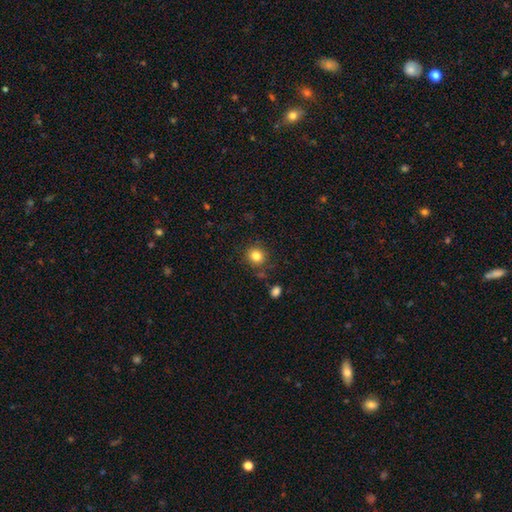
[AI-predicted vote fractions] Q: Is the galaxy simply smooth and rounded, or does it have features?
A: smooth — 83%.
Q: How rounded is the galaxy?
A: round — 88%.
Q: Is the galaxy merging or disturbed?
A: none — 85%.